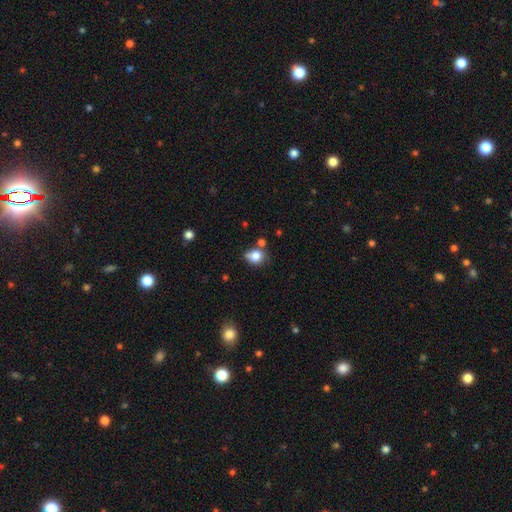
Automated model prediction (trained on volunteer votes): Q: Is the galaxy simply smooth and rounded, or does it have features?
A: smooth — 80%.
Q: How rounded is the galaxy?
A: round — 61%.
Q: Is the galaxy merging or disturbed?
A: none — 54%.